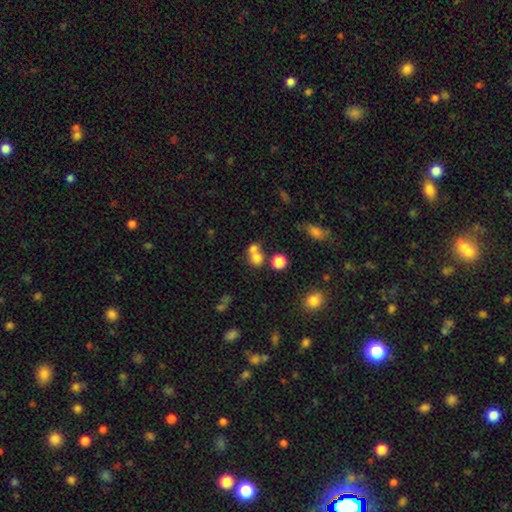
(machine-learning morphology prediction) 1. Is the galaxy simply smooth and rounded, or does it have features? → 71% smooth, 16% star or artifact, 13% featured or disk.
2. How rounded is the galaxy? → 76% round, 23% in between, 1% cigar-shaped.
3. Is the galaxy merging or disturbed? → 53% merger, 36% none, 7% minor disturbance, 4% major disturbance.